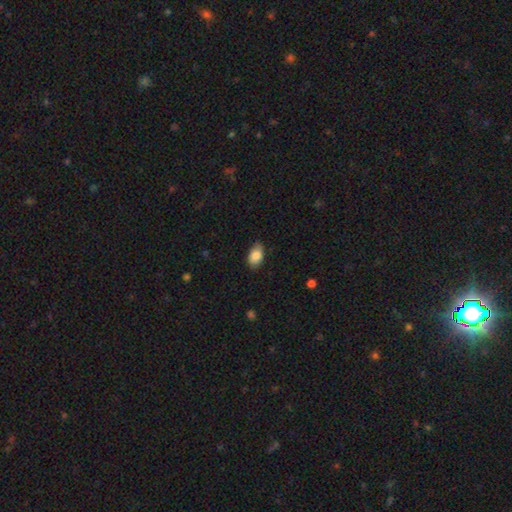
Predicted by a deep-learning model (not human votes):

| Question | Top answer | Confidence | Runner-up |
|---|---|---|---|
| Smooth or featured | smooth | 86% | featured or disk (7%) |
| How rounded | in between | 92% | round (7%) |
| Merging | none | 80% | minor disturbance (16%) |